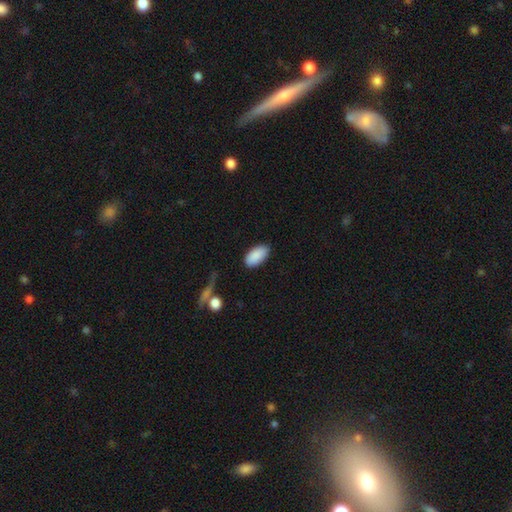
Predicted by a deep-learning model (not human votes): Smooth or featured?
  - smooth: 90% *
  - star or artifact: 6%
  - featured or disk: 4%
How rounded?
  - in between: 95% *
  - cigar-shaped: 3%
  - round: 2%
Merging?
  - none: 83% *
  - minor disturbance: 12%
  - major disturbance: 3%
  - merger: 2%